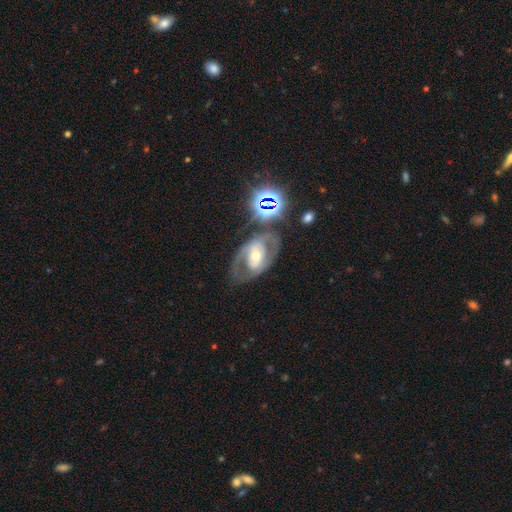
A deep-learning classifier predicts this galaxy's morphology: Smooth or featured? featured or disk (71%)
Edge-on disk? no (94%)
Bar? no (48%)
Spiral arms? yes (57%)
Bulge size? moderate (60%)
Merging? none (62%)